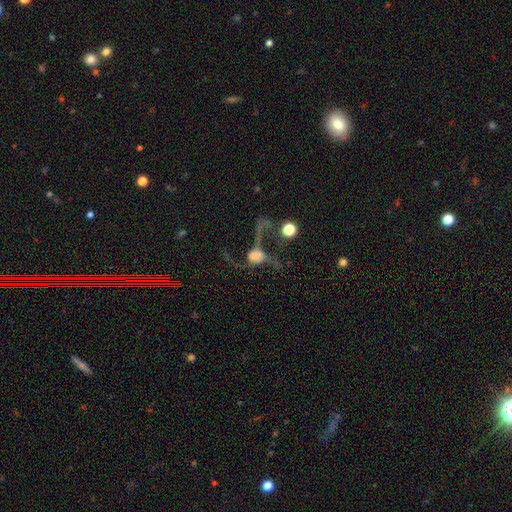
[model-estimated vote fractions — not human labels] A featured or disk galaxy (61%) with no bar (75%), spiral arms (67%) and no central bulge (33%). Merging: major disturbance (45%).